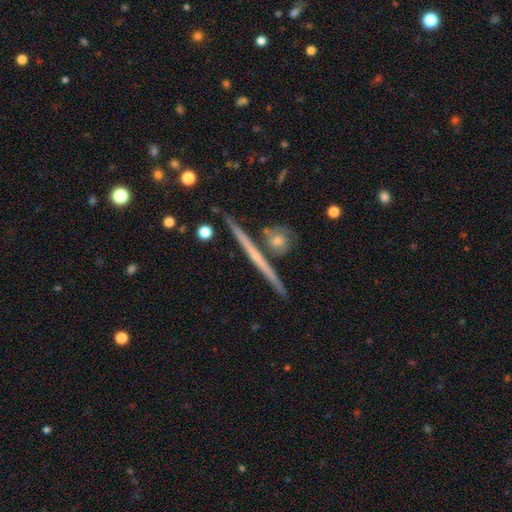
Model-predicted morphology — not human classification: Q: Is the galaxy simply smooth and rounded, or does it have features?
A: featured or disk — 64%.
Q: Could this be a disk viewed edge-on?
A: yes — 97%.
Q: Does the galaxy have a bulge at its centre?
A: none — 80%.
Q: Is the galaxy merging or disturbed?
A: none — 85%.